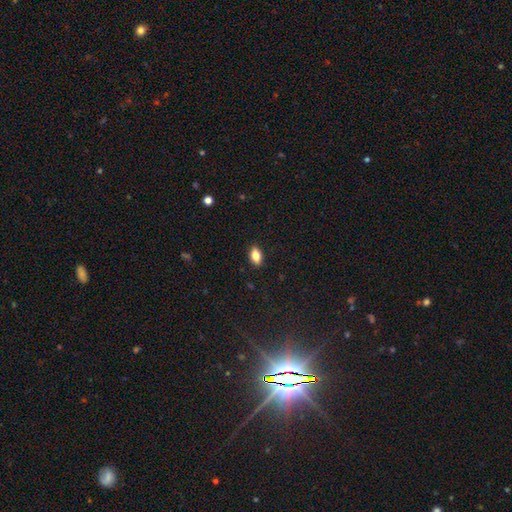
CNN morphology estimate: This appears to be a smooth galaxy with no disk features (79%) that is in between round and cigar-shaped (88%). Merging: none (88%).